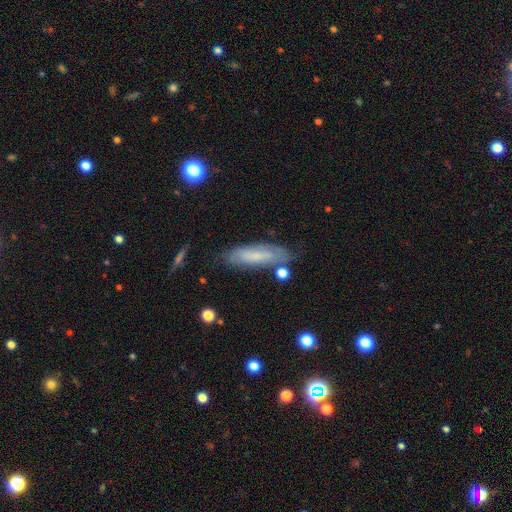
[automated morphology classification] Overall: smooth (57%; featured or disk 35%). How rounded: cigar-shaped (59%; in between 39%). Merging: none (73%).